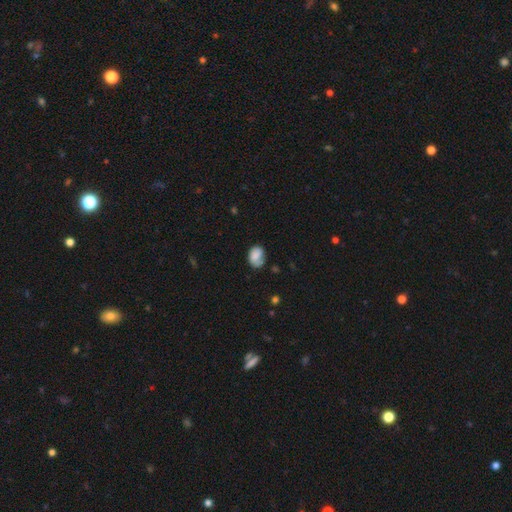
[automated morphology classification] smooth_or_featured: smooth (p=0.72) [alt: featured or disk p=0.20]
how_rounded: in between (p=0.71) [alt: round p=0.28]
merging: none (p=0.51) [alt: minor disturbance p=0.30]